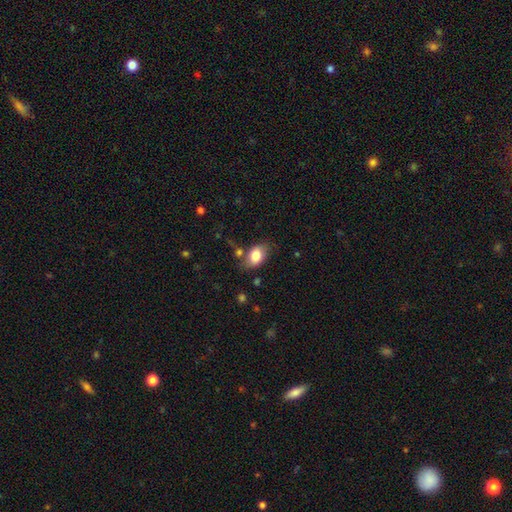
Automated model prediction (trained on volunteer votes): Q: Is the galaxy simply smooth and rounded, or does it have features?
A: smooth — 79%.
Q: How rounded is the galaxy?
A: in between — 84%.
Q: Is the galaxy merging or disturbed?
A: none — 68%.